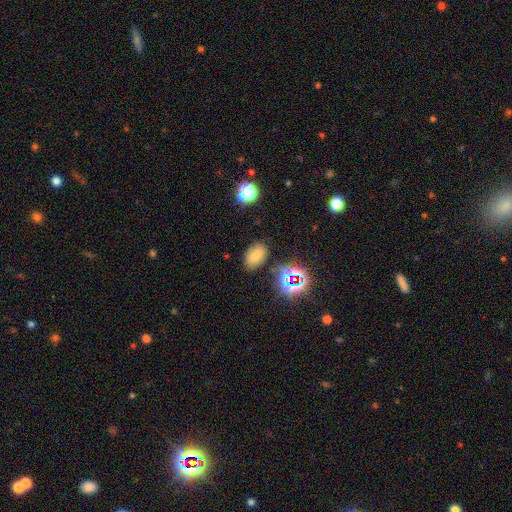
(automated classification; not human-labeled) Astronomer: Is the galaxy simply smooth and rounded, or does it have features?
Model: smooth — 70%.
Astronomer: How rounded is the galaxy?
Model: in between — 88%.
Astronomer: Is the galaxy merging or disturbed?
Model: none — 80%.